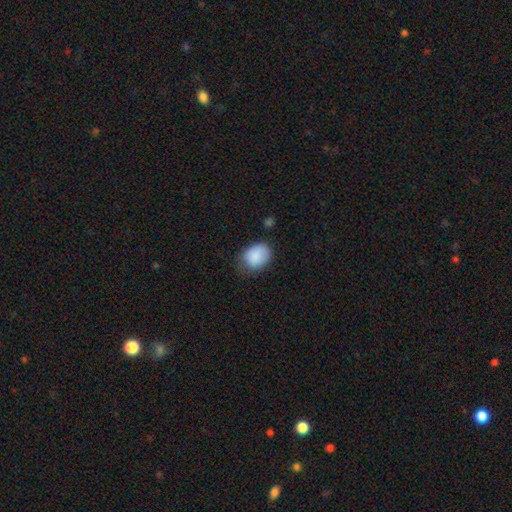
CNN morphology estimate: This appears to be a smooth galaxy with no disk features (87%) that is in between round and cigar-shaped (65%). Merging: none (59%).